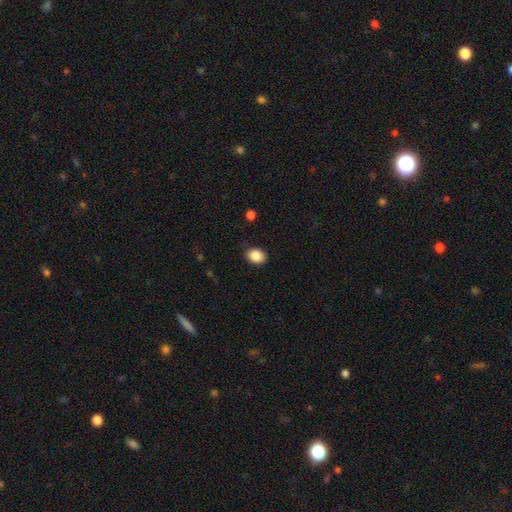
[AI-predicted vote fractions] The model was most divided on "how rounded": in between: 60%, round: 39%, cigar-shaped: 1%. More confident: smooth or featured — smooth (88%); merging — none (84%).